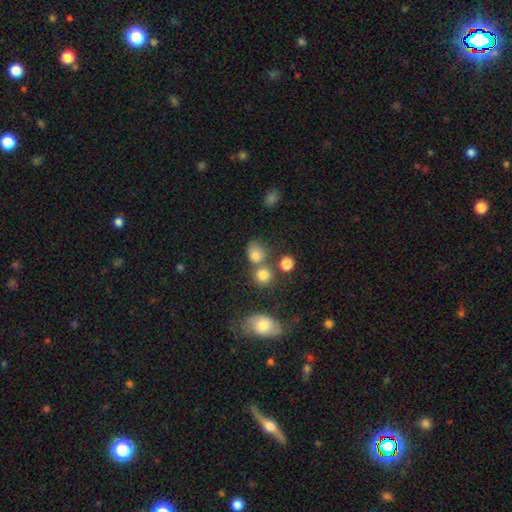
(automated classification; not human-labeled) Smooth or featured: smooth — 77% (star or artifact — 14%)
How rounded: round — 67% (in between — 32%)
Merging: none — 51% (merger — 30%)